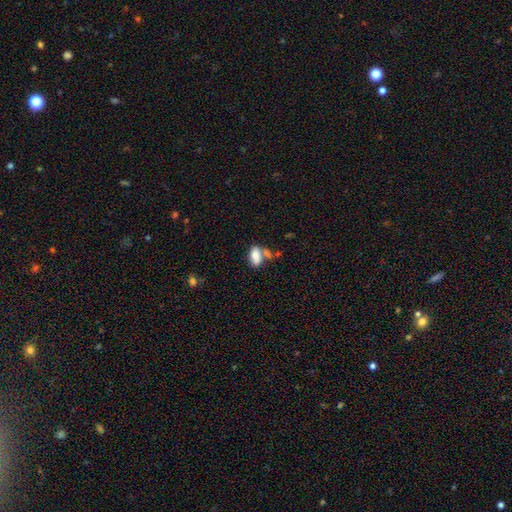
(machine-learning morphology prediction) smooth-or-featured: smooth: 80% | featured or disk: 11% | star or artifact: 8%
  how-rounded: in between: 91% | round: 5% | cigar-shaped: 4%
  merging: none: 40% | merger: 37% | minor disturbance: 15% | major disturbance: 7%